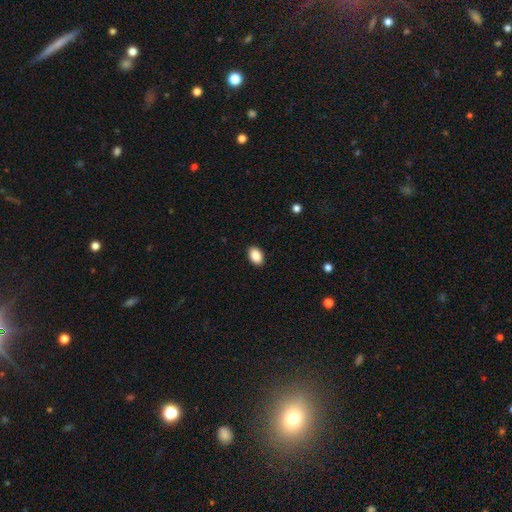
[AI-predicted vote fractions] Smooth or featured?
  - smooth: 89% *
  - star or artifact: 8%
  - featured or disk: 4%
How rounded?
  - in between: 88% *
  - round: 11%
  - cigar-shaped: 1%
Merging?
  - none: 90% *
  - minor disturbance: 7%
  - major disturbance: 2%
  - merger: 1%